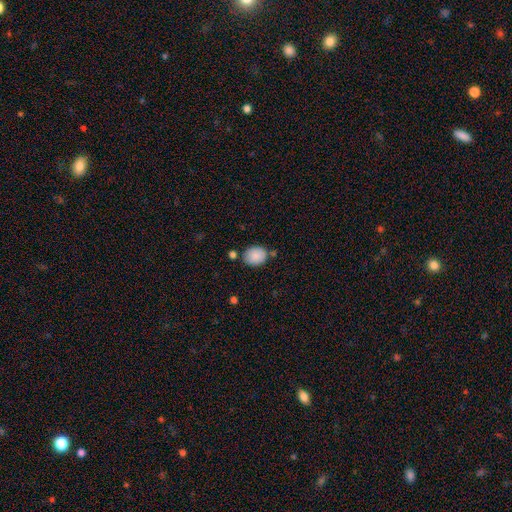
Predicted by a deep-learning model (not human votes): Q: Smooth or featured?
A: smooth (88%); runner-up: star or artifact (7%)
Q: How rounded?
A: round (58%); runner-up: in between (42%)
Q: Merging?
A: none (72%); runner-up: minor disturbance (15%)